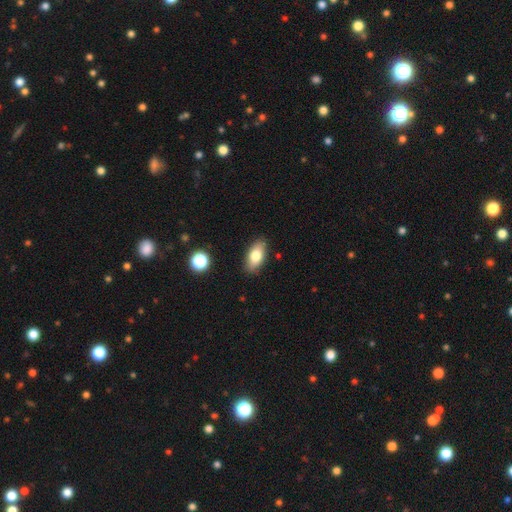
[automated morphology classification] A smooth galaxy with no disk features (76%) that is in between round and cigar-shaped (89%). Merging: none (87%).